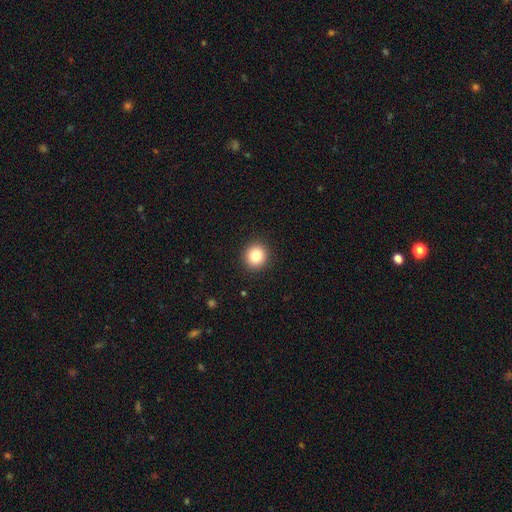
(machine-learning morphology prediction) Overall: smooth (83%). How rounded: round (90%). Merging: none (92%).